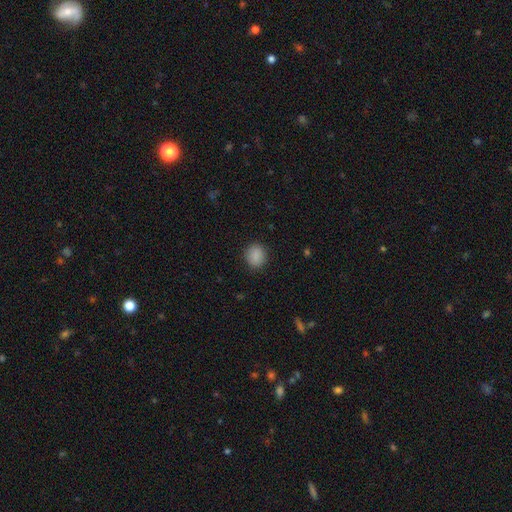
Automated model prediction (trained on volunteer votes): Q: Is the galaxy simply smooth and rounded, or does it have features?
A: smooth — 88%.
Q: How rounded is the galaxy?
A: round — 68%.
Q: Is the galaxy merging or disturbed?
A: none — 88%.